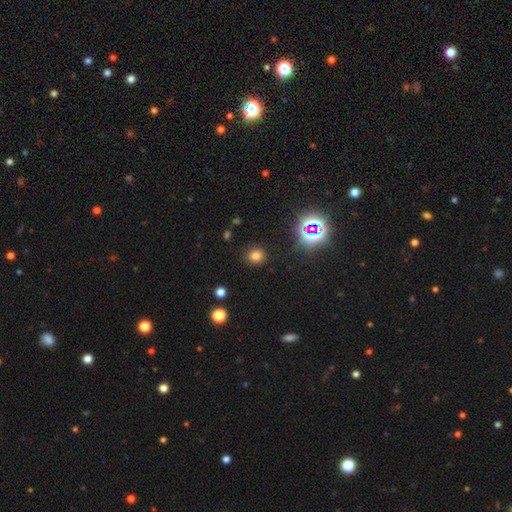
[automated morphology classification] smooth 72%, star or artifact 21%, featured or disk 7%. Down the decision tree: how rounded — round (80%); merging — none (87%).